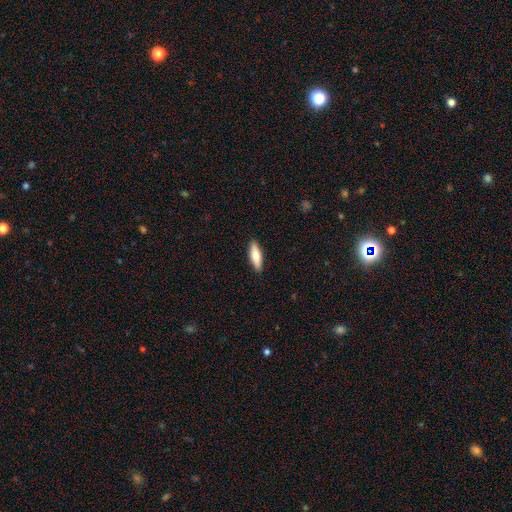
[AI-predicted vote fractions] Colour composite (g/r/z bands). It shows a smooth galaxy with no disk features (75%) that is cigar-shaped (51%). Merging: none (89%).